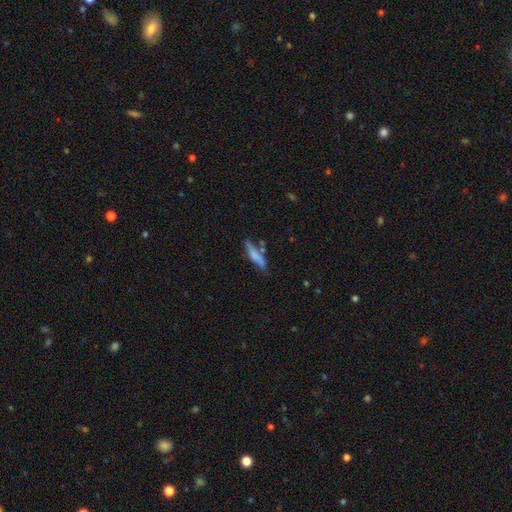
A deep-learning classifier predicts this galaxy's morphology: Smooth or featured?
  - smooth: 65% *
  - featured or disk: 29%
  - star or artifact: 7%
How rounded?
  - cigar-shaped: 82% *
  - in between: 16%
  - round: 2%
Merging?
  - none: 63% *
  - minor disturbance: 22%
  - merger: 10%
  - major disturbance: 5%